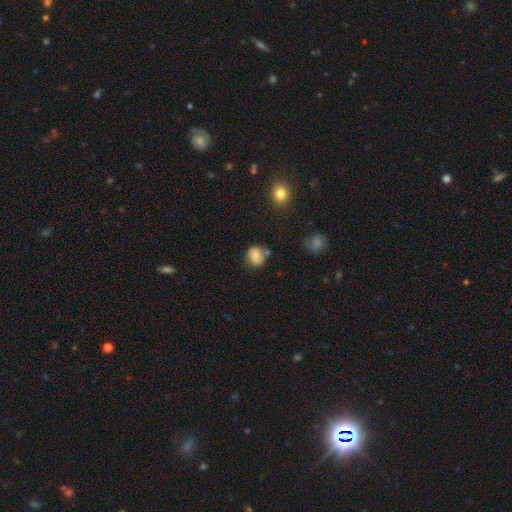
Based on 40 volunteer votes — smooth 78%, featured or disk 12%, star or artifact 10%. Down the decision tree: how rounded — round (74%); merging — none (78%).